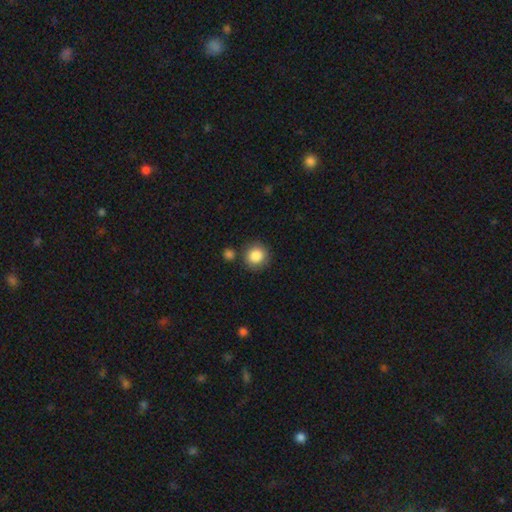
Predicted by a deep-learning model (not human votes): Smooth or featured? smooth (86%)
How rounded? round (92%)
Merging? none (81%)